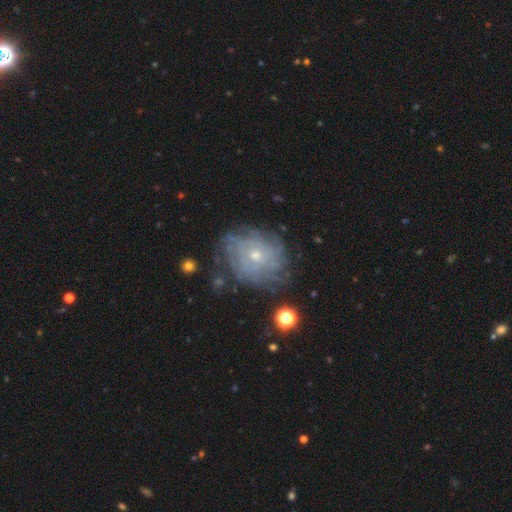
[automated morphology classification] Smooth or featured?
  - featured or disk: 77% *
  - smooth: 14%
  - star or artifact: 9%
Edge-on disk?
  - no: 97% *
  - yes: 3%
Bar?
  - no: 81% *
  - weak: 16%
  - strong: 3%
Spiral arms?
  - yes: 87% *
  - no: 13%
Spiral winding?
  - tight: 72% *
  - medium: 20%
  - loose: 8%
Spiral arm count?
  - can't tell: 52% *
  - more than 4: 17%
  - 4: 11%
  - 3: 7%
  - 2: 7%
  - 1: 6%
Bulge size?
  - small: 58% *
  - moderate: 38%
  - large: 2%
  - none: 1%
  - dominant: 1%
Merging?
  - none: 73% *
  - minor disturbance: 17%
  - major disturbance: 8%
  - merger: 2%